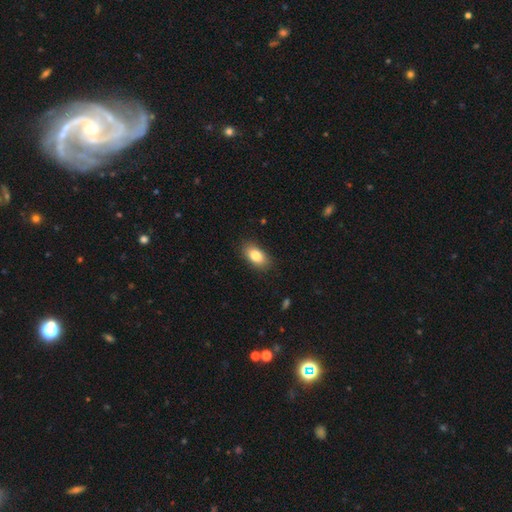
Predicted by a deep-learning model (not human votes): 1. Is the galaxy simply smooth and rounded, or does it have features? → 84% smooth, 9% featured or disk, 7% star or artifact.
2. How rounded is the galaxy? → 91% in between, 6% round, 3% cigar-shaped.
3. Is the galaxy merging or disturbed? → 86% none, 10% minor disturbance, 2% major disturbance, 1% merger.